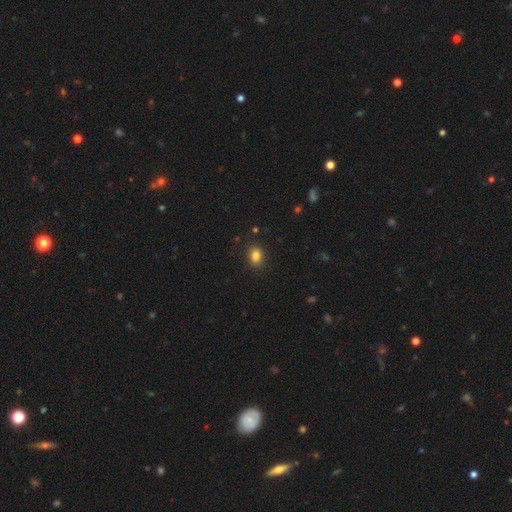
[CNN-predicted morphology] The model was most divided on "how rounded": in between: 57%, round: 42%, cigar-shaped: 1%. More confident: merging — none (88%); smooth or featured — smooth (84%).